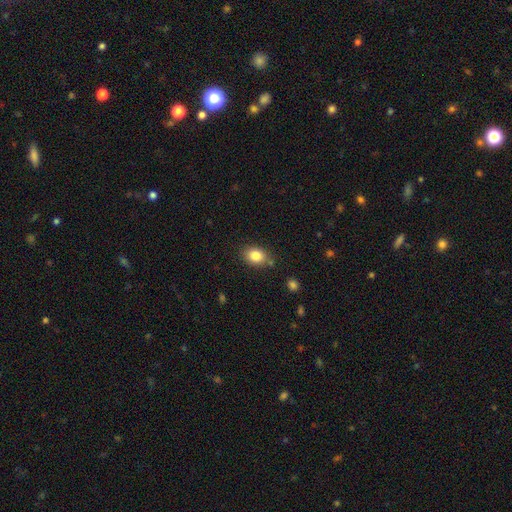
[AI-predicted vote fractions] Smooth or featured?
  - smooth: 84% *
  - star or artifact: 9%
  - featured or disk: 7%
How rounded?
  - in between: 68% *
  - round: 30%
  - cigar-shaped: 1%
Merging?
  - none: 78% *
  - minor disturbance: 15%
  - merger: 4%
  - major disturbance: 3%